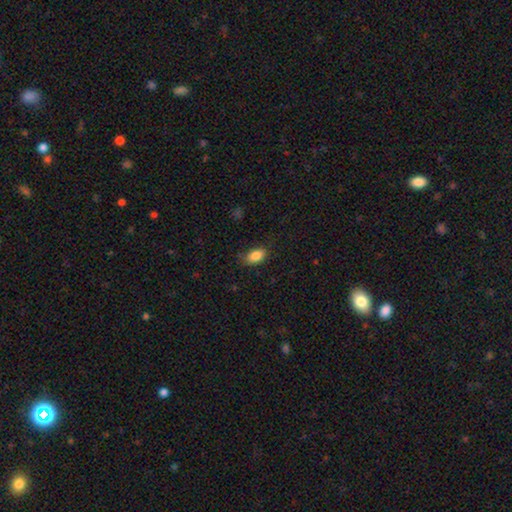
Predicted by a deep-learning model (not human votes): Smooth or featured: smooth — 86% (star or artifact — 8%)
How rounded: in between — 91% (round — 7%)
Merging: none — 78% (minor disturbance — 17%)